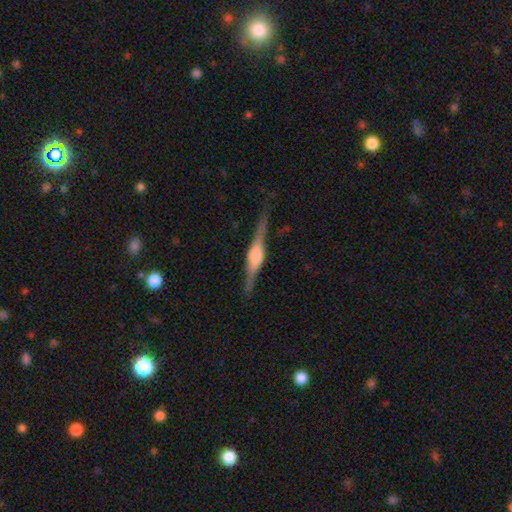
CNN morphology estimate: Smooth or featured? Predicted: featured or disk (p=0.80). Edge-on disk? Predicted: yes (p=0.98). Edge-on bulge? Predicted: rounded (p=0.76). Merging? Predicted: none (p=0.84).